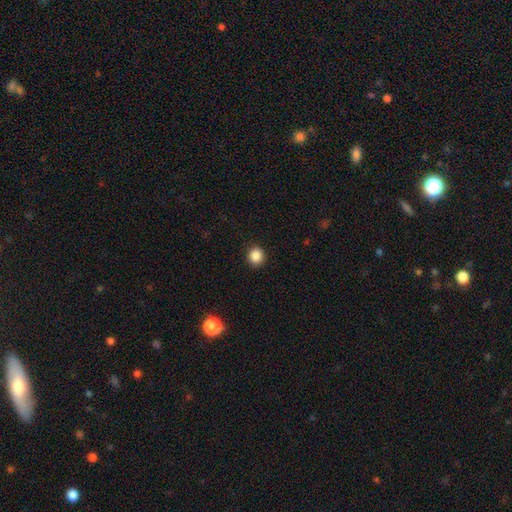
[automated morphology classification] smooth 87%, star or artifact 10%, featured or disk 3%. Down the decision tree: how rounded — round (90%); merging — none (92%).